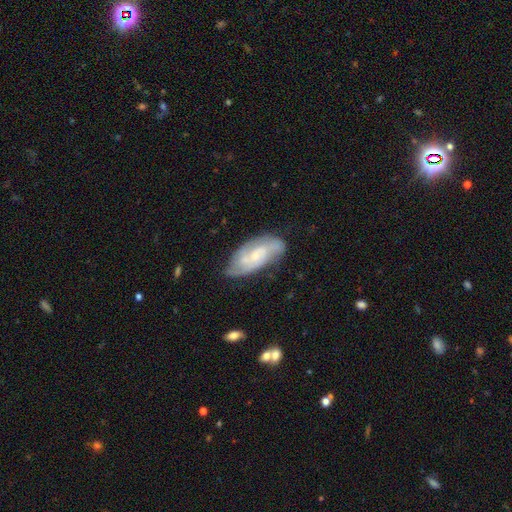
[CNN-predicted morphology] Overall: featured or disk (75%). Edge-on disk: no (94%). Bar: no (60%; weak 34%). Spiral arms: yes (92%). Spiral arm count: 2 (40%; can't tell 25%). Spiral winding: medium (44%; tight 43%). Bulge size: small (63%; moderate 29%). Merging: none (66%).